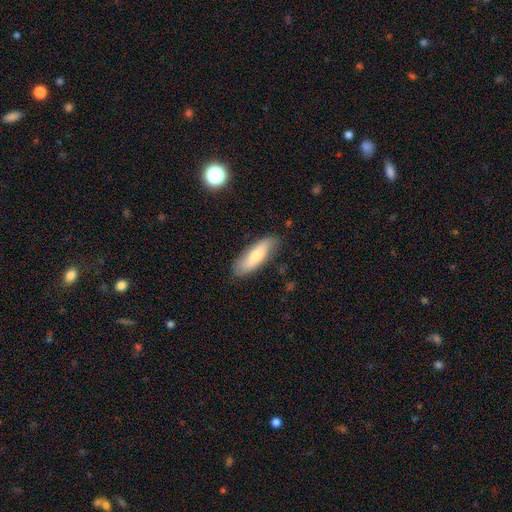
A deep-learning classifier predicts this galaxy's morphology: Smooth or featured: smooth — 74% (featured or disk — 20%)
How rounded: in between — 54% (cigar-shaped — 44%)
Merging: none — 81% (minor disturbance — 15%)